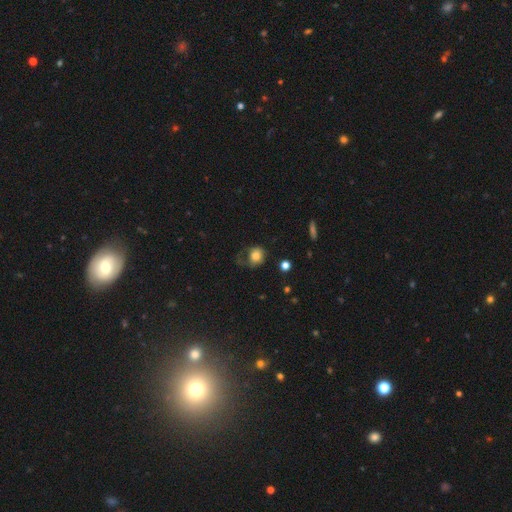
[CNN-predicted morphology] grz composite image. It shows a smooth galaxy with no disk features (77%) that is round (71%). Merging: none (40%).